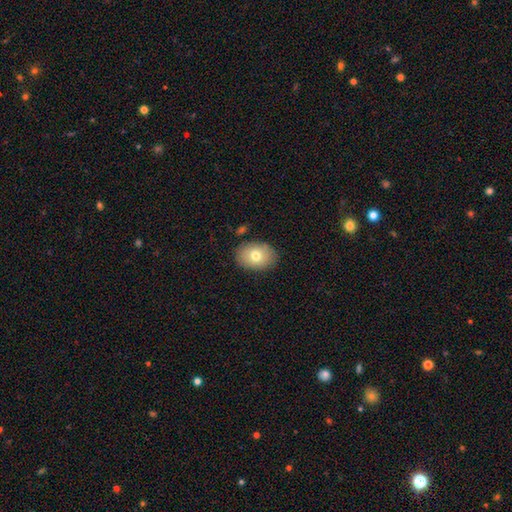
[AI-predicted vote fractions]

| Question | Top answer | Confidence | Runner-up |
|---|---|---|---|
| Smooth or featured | smooth | 75% | featured or disk (17%) |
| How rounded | in between | 72% | round (27%) |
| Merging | none | 85% | minor disturbance (10%) |